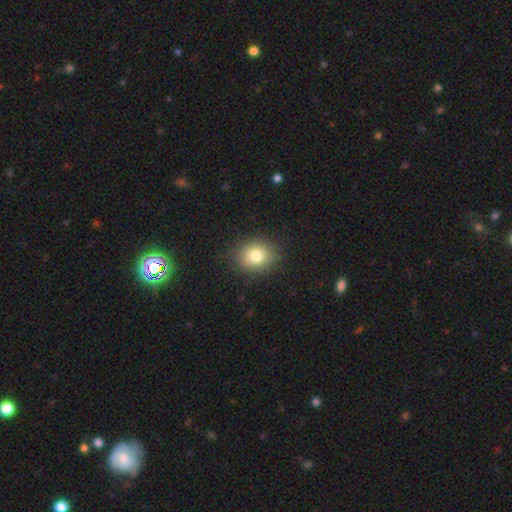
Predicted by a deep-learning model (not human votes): Smooth or featured?
  - smooth: 81% *
  - star or artifact: 11%
  - featured or disk: 9%
How rounded?
  - round: 64% *
  - in between: 35%
  - cigar-shaped: 1%
Merging?
  - none: 88% *
  - minor disturbance: 8%
  - major disturbance: 3%
  - merger: 1%